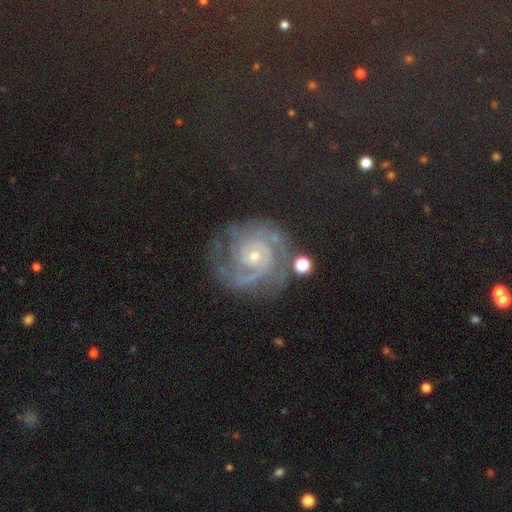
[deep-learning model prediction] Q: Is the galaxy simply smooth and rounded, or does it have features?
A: featured or disk — 75%.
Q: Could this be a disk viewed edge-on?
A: no — 98%.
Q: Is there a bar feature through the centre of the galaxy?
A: no — 71%.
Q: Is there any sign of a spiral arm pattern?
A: yes — 96%.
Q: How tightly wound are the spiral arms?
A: tight — 64%.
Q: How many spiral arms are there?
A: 2 — 50%.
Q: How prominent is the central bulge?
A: small — 64%.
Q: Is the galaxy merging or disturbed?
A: none — 70%.